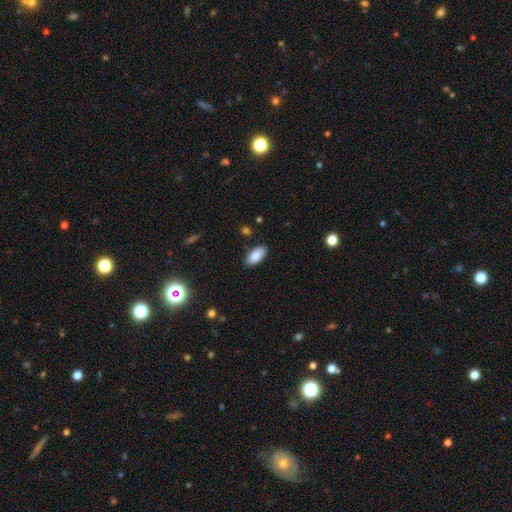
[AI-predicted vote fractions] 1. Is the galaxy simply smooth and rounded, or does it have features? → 88% smooth, 7% star or artifact, 5% featured or disk.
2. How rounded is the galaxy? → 90% in between, 8% cigar-shaped, 2% round.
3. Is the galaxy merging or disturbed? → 86% none, 10% minor disturbance, 2% major disturbance, 1% merger.